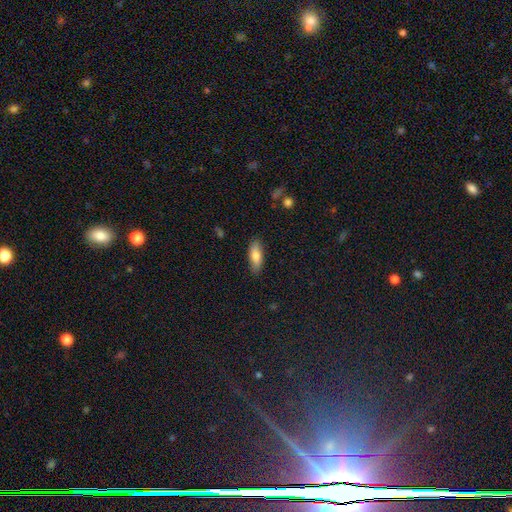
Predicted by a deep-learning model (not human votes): smooth 77%, featured or disk 16%, star or artifact 7%. Down the decision tree: how rounded — in between (68%); merging — none (86%).